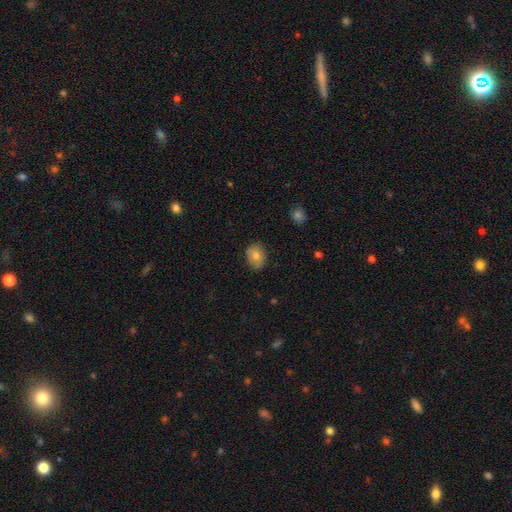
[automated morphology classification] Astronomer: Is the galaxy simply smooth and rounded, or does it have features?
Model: smooth — 78%.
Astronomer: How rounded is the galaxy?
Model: in between — 59% (runner-up: round, 40%).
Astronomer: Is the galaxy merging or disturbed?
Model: none — 79%.